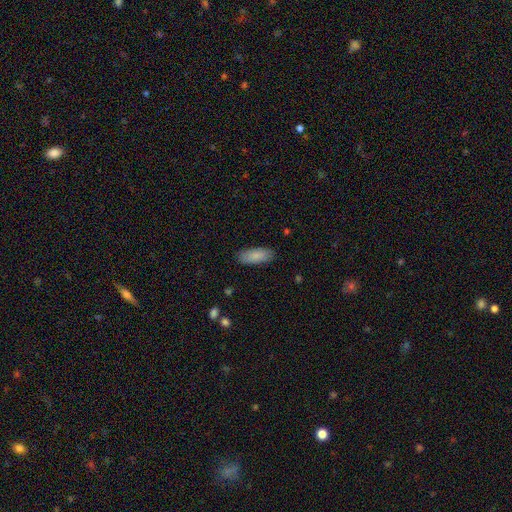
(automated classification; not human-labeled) smooth-or-featured: smooth: 86% | featured or disk: 8% | star or artifact: 6%
  how-rounded: in between: 77% | cigar-shaped: 22% | round: 2%
  merging: none: 87% | minor disturbance: 10% | major disturbance: 2% | merger: 1%